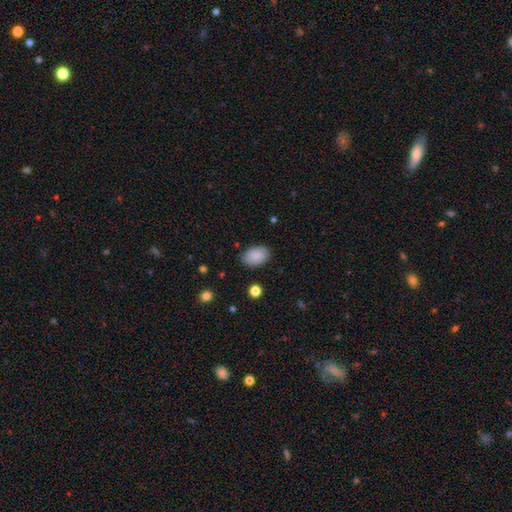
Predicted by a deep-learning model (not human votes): smooth_or_featured: smooth (p=0.89) [alt: star or artifact p=0.07]
how_rounded: in between (p=0.88) [alt: round p=0.10]
merging: none (p=0.85) [alt: minor disturbance p=0.11]